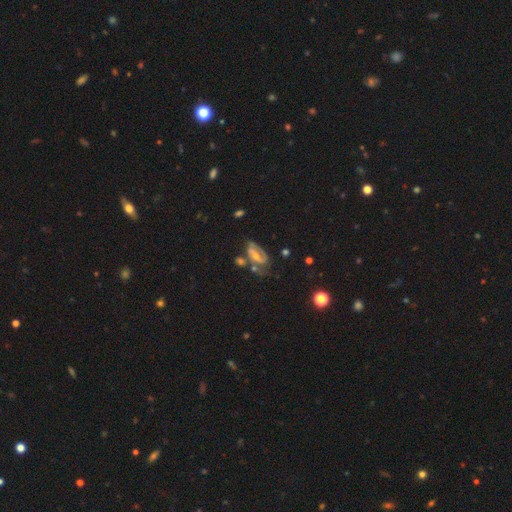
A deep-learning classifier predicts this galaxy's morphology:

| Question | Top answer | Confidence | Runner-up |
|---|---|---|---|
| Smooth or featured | featured or disk | 70% | smooth (21%) |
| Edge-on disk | no | 93% | yes (7%) |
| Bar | weak | 39% | no (31%) |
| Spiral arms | yes | 76% | no (24%) |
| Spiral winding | medium | 41% | tight (36%) |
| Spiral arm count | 2 | 62% | can't tell (20%) |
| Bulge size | moderate | 47% | tied: small (47%) |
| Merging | none | 40% | minor disturbance (24%) |